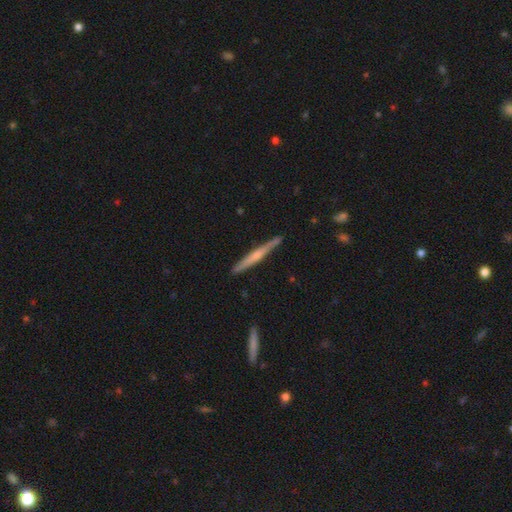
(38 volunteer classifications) Smooth or featured? featured or disk (58%)
Edge-on disk? yes (100%)
Edge-on bulge? rounded (77%)
Merging? none (84%)